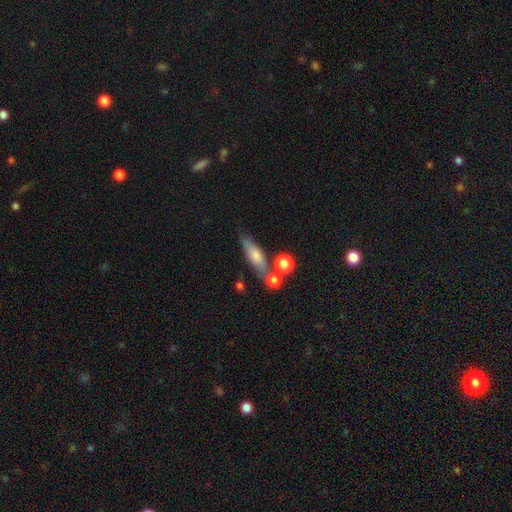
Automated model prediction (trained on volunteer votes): Morphology: type=smooth (66%); roundness=cigar-shaped (50%); merging=none (62%).